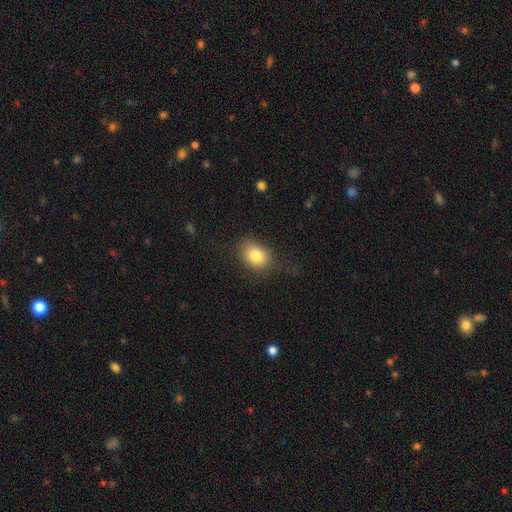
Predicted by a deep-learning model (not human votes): A smooth galaxy with no disk features (81%) that is in between round and cigar-shaped (56%).

Vote fractions:
- Smooth or featured? smooth: 81% / star or artifact: 10% / featured or disk: 9%
- How rounded? in between: 56% / round: 43% / cigar-shaped: 1%
- Merging? none: 72% / minor disturbance: 18% / major disturbance: 8% / merger: 1%